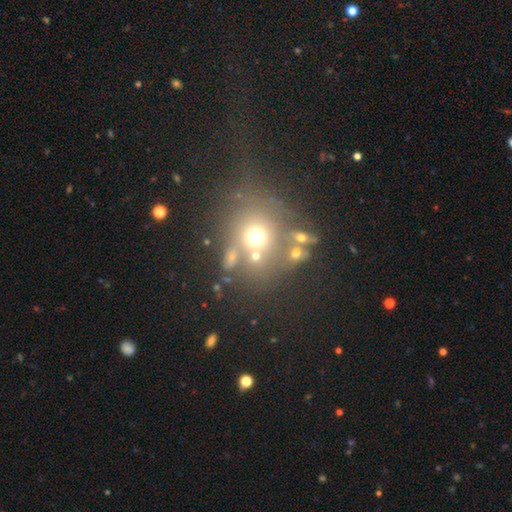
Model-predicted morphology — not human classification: type=smooth (62%); roundness=round (73%); merging=none (51%).